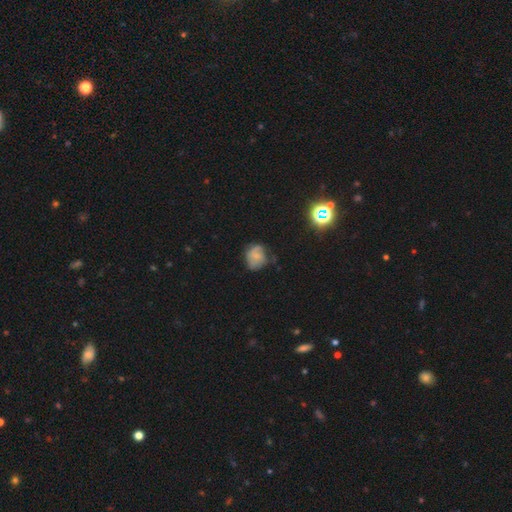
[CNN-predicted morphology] A smooth galaxy with no disk features (59%) that is round (68%).

Vote fractions:
- Smooth or featured? smooth: 59% / featured or disk: 30% / star or artifact: 12%
- How rounded? round: 68% / in between: 31% / cigar-shaped: 1%
- Merging? none: 53% / minor disturbance: 32% / major disturbance: 12% / merger: 3%